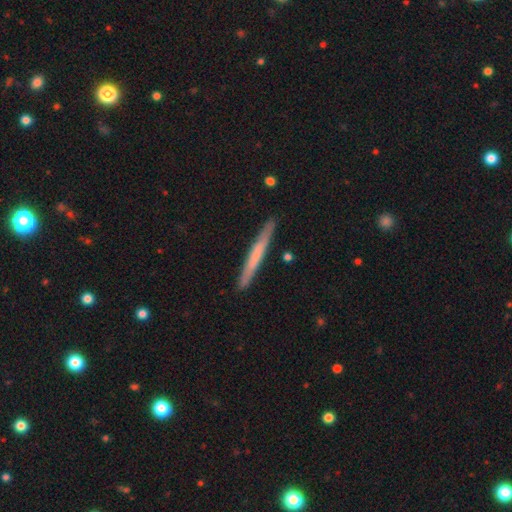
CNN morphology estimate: This appears to be a smooth galaxy with no disk features (54%) that is cigar-shaped (97%). Merging: none (90%).